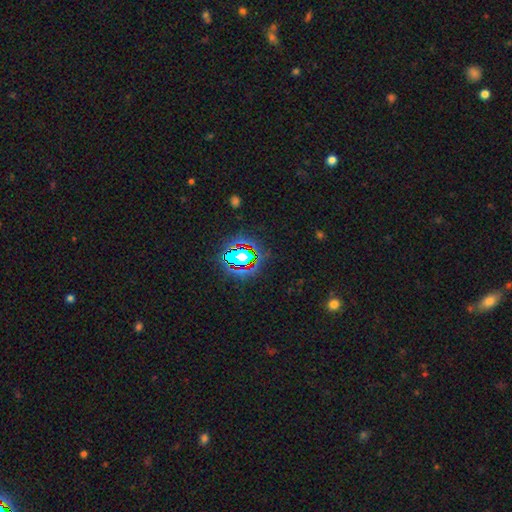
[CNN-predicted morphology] Smooth or featured? Predicted: star or artifact (p=0.79).